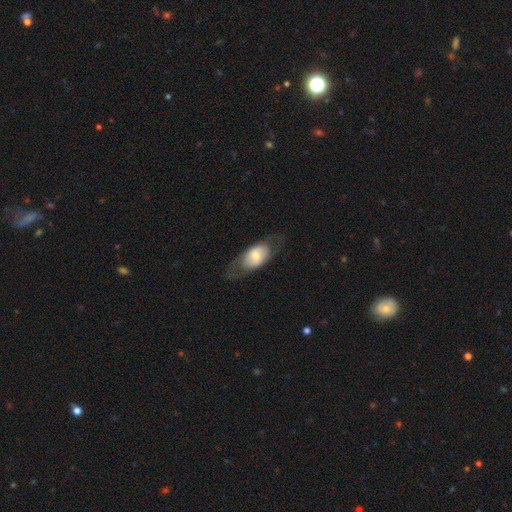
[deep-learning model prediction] Smooth or featured?
  - smooth: 52% *
  - featured or disk: 42%
  - star or artifact: 6%
How rounded?
  - in between: 84% *
  - round: 10%
  - cigar-shaped: 6%
Merging?
  - none: 63% *
  - minor disturbance: 20%
  - major disturbance: 16%
  - merger: 1%